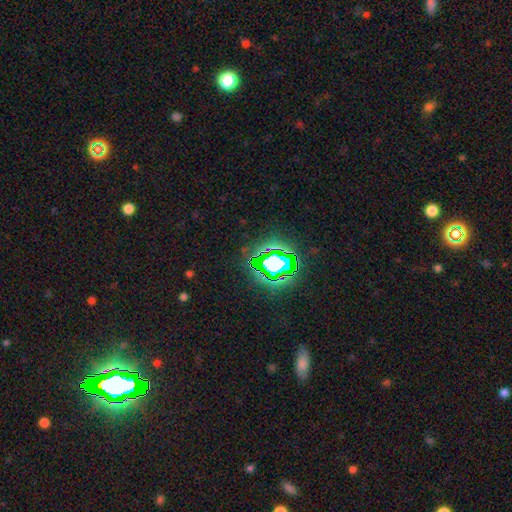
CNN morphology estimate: A star or artifact, not a galaxy (83%).

Vote fractions:
- Smooth or featured? star or artifact: 83% / smooth: 10% / featured or disk: 6%